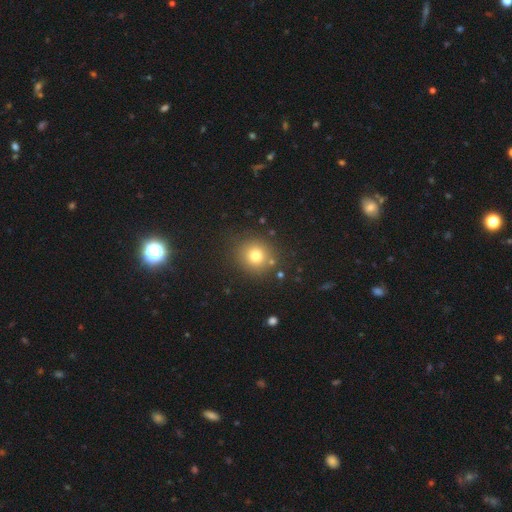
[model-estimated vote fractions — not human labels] A smooth galaxy with no disk features (76%) that is round (89%). Merging: none (85%).